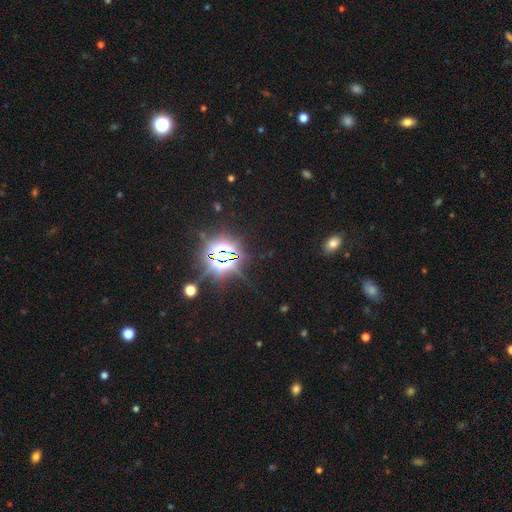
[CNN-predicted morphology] star or artifact 81%, smooth 12%, featured or disk 7%.